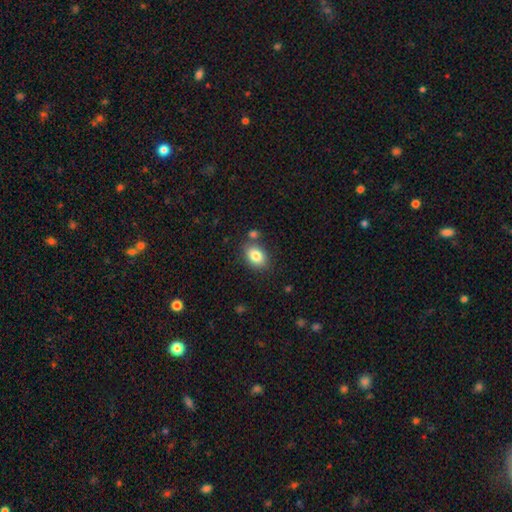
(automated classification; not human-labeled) Smooth or featured? Predicted: smooth (p=0.84). How rounded? Predicted: in between (p=0.83). Merging? Predicted: none (p=0.76).